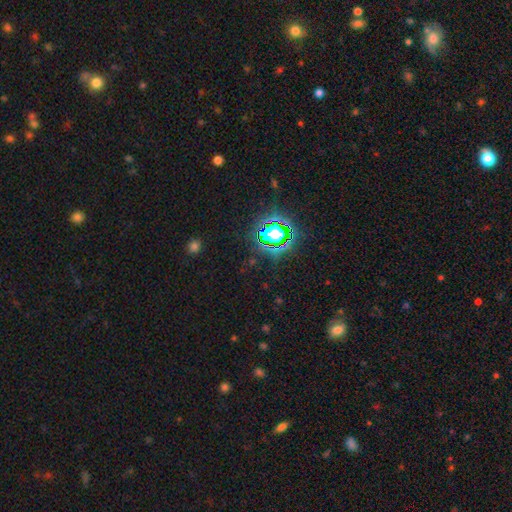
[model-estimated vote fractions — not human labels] smooth_or_featured: star or artifact (p=0.77) [alt: smooth p=0.15]